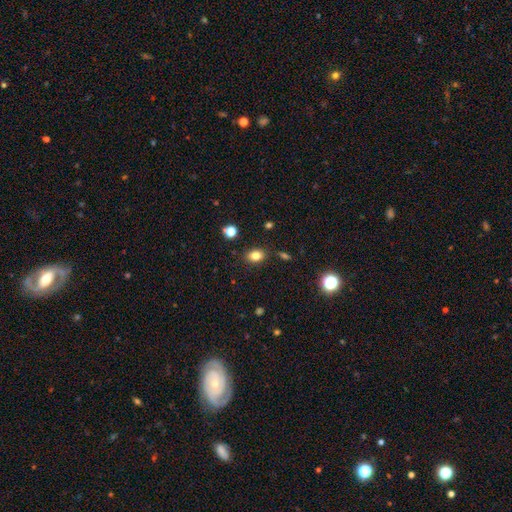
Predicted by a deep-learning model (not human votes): Morphology: type=smooth (81%); roundness=in between (71%); merging=none (84%).